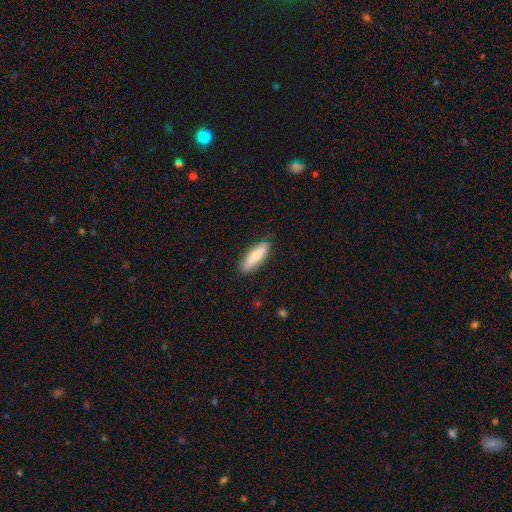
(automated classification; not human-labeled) Smooth or featured? smooth (65%)
How rounded? cigar-shaped (60%)
Merging? none (84%)